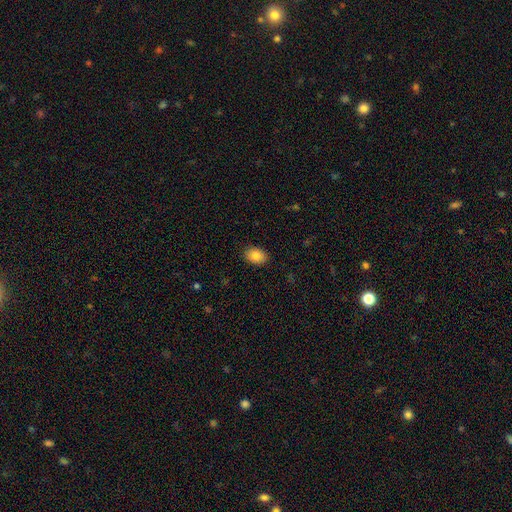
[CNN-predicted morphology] Overall: smooth (84%). How rounded: in between (75%). Merging: none (90%).